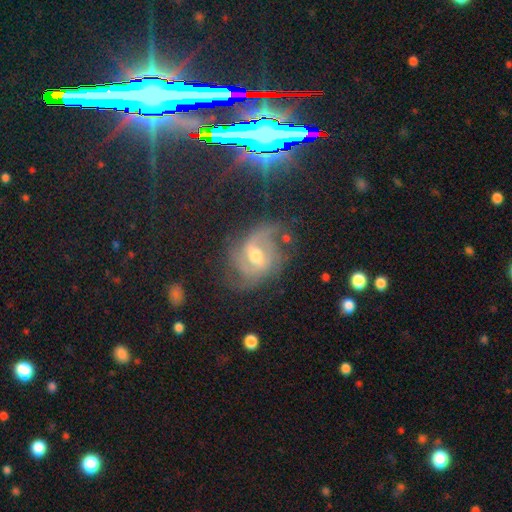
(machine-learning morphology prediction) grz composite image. It shows a featured or disk galaxy (78%) with a weak bar (52%), 2 (55%) medium (46%) spiral arms (90%) and a moderate central bulge (73%). Merging: none (55%).